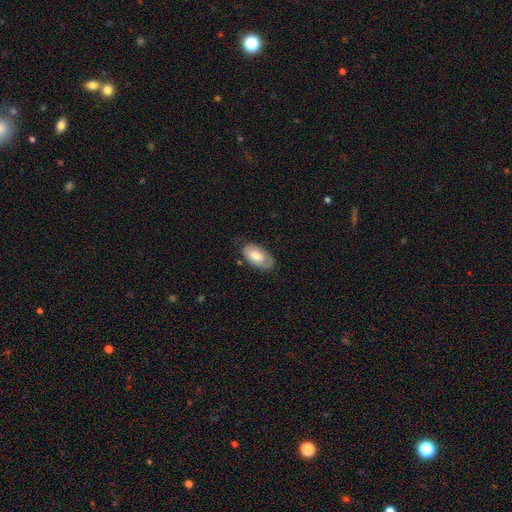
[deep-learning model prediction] A smooth galaxy with no disk features (64%) that is in between round and cigar-shaped (94%).

Vote fractions:
- Smooth or featured? smooth: 64% / featured or disk: 31% / star or artifact: 6%
- How rounded? in between: 94% / round: 3% / cigar-shaped: 3%
- Merging? none: 70% / minor disturbance: 23% / major disturbance: 6% / merger: 1%